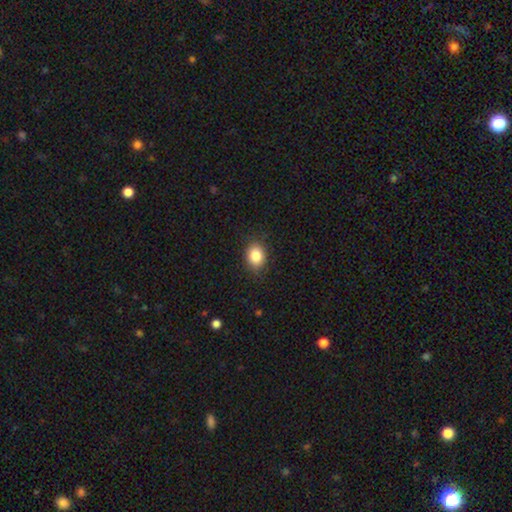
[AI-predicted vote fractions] The model was most divided on "how rounded": in between: 54%, round: 45%, cigar-shaped: 1%. More confident: merging — none (85%); smooth or featured — smooth (85%).